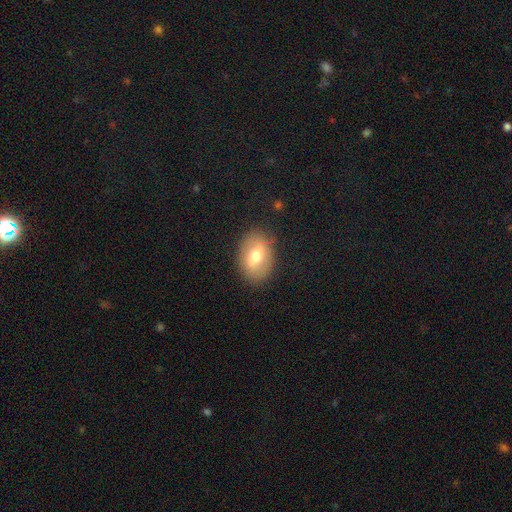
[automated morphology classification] This is possibly a smooth galaxy (56%). How rounded: likely in between (74%). Merging: clearly none (82%).